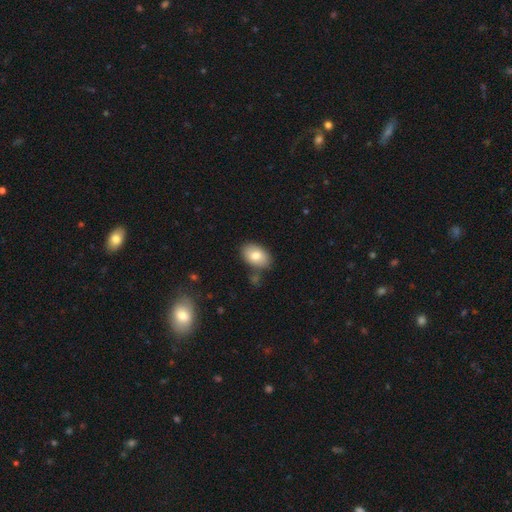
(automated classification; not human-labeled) Smooth or featured?
  - smooth: 80% *
  - featured or disk: 13%
  - star or artifact: 7%
How rounded?
  - in between: 89% *
  - round: 10%
  - cigar-shaped: 1%
Merging?
  - none: 80% *
  - minor disturbance: 13%
  - merger: 5%
  - major disturbance: 3%